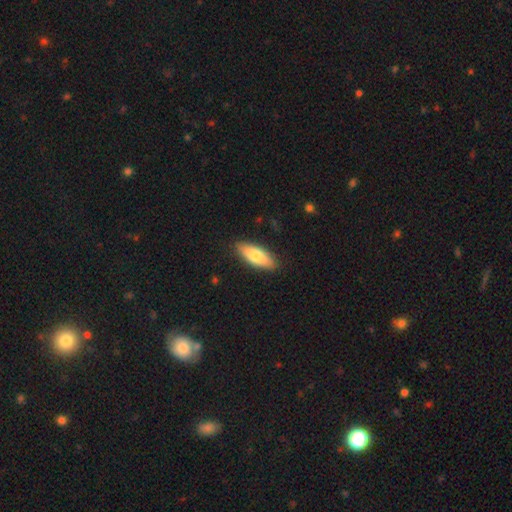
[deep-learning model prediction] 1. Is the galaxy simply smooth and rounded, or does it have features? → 77% smooth, 18% featured or disk, 5% star or artifact.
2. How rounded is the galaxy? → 71% in between, 27% cigar-shaped, 2% round.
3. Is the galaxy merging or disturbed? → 88% none, 9% minor disturbance, 2% major disturbance, 1% merger.